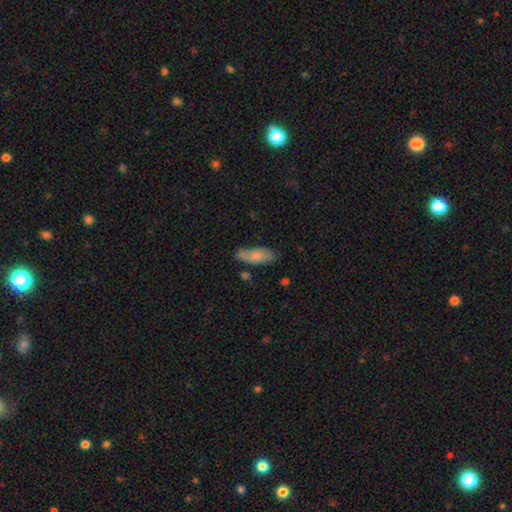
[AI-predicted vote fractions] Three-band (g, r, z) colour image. It shows a smooth galaxy with no disk features (77%) that is in between round and cigar-shaped (77%). Merging: none (73%).